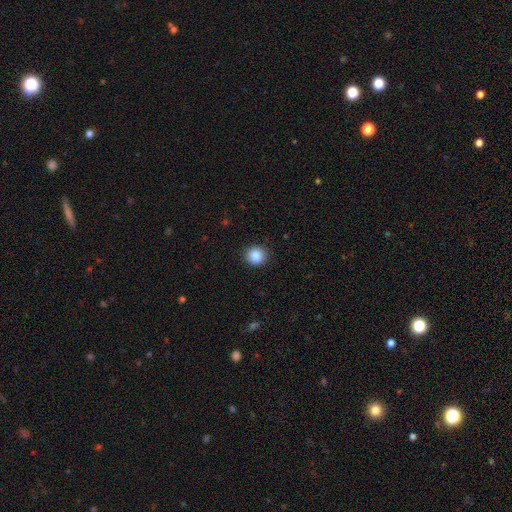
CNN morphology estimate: smooth-or-featured: smooth: 87% | star or artifact: 9% | featured or disk: 3%
  how-rounded: round: 89% | in between: 10% | cigar-shaped: 1%
  merging: none: 90% | minor disturbance: 7% | major disturbance: 2% | merger: 1%